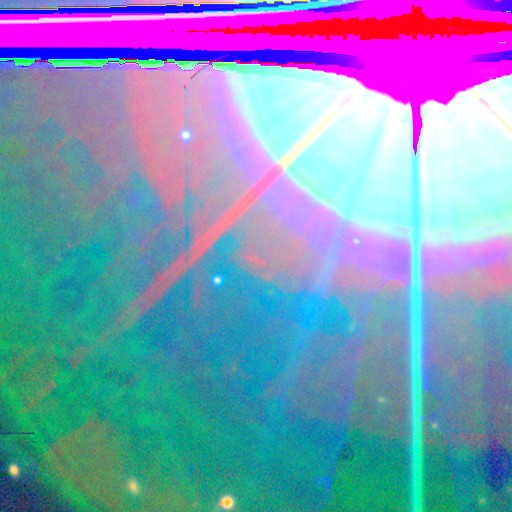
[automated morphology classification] Smooth or featured? Predicted: star or artifact (p=0.87).